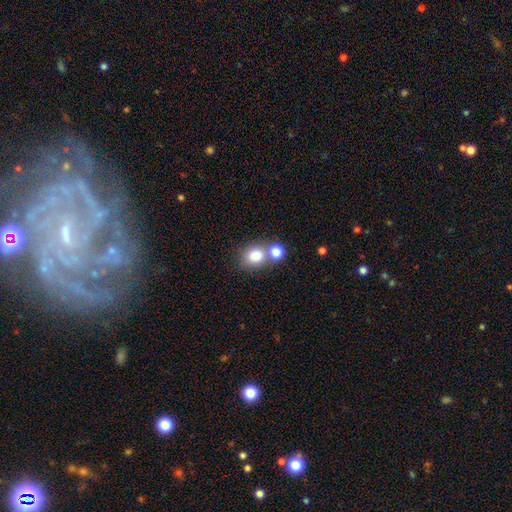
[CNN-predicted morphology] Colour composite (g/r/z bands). It shows a smooth galaxy with no disk features (80%) that is round (68%). Merging: none (50%).